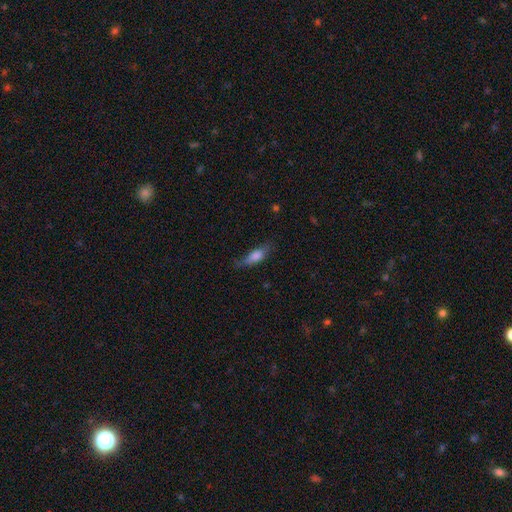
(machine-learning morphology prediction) Q: Smooth or featured?
A: smooth (72%); runner-up: featured or disk (21%)
Q: How rounded?
A: in between (59%); runner-up: cigar-shaped (38%)
Q: Merging?
A: none (54%); runner-up: minor disturbance (32%)